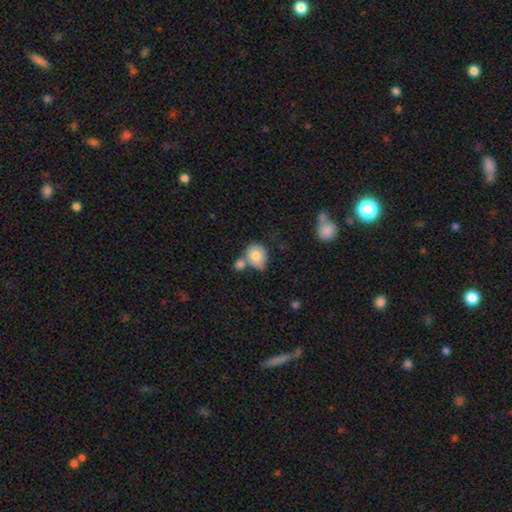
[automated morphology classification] Q: Smooth or featured?
A: smooth (79%); runner-up: featured or disk (13%)
Q: How rounded?
A: round (68%); runner-up: in between (31%)
Q: Merging?
A: merger (40%); runner-up: none (37%)